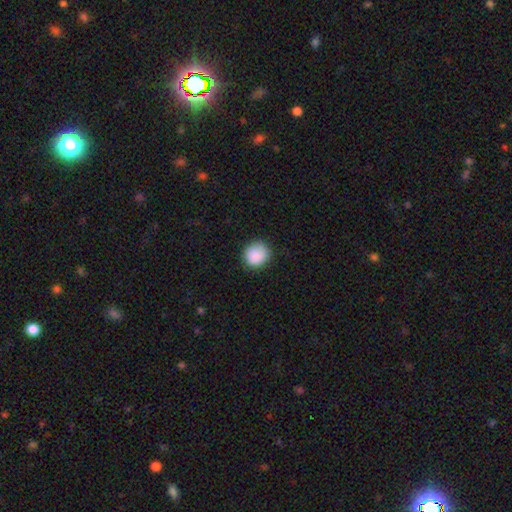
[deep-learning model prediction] A smooth galaxy with no disk features (89%) that is round (88%).

Vote fractions:
- Smooth or featured? smooth: 89% / star or artifact: 8% / featured or disk: 3%
- How rounded? round: 88% / in between: 11% / cigar-shaped: 1%
- Merging? none: 85% / minor disturbance: 11% / major disturbance: 3% / merger: 1%